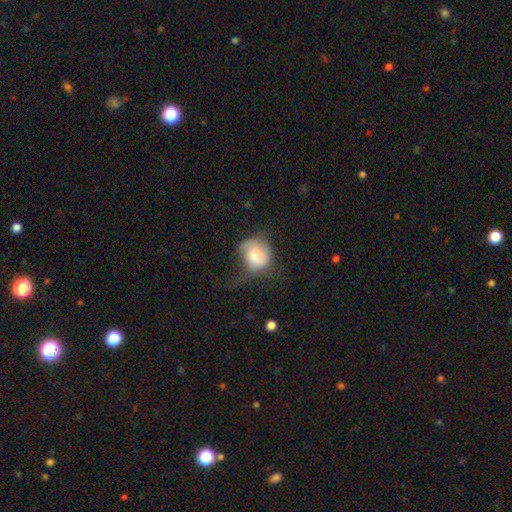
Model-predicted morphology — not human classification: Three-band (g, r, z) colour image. It shows a smooth galaxy with no disk features (72%) that is round (70%). Merging: major disturbance (39%).